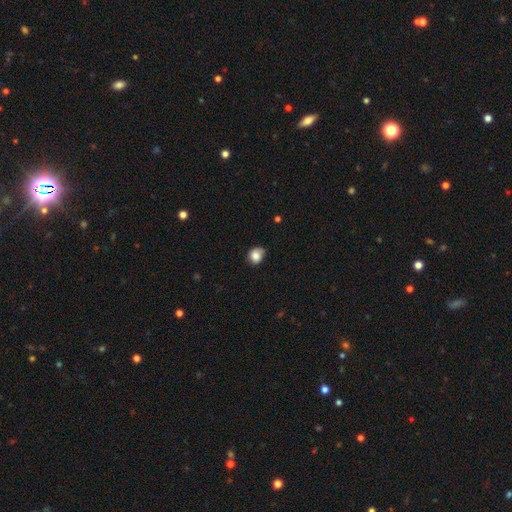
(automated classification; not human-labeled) Smooth or featured? smooth (82%)
How rounded? round (69%)
Merging? none (54%)